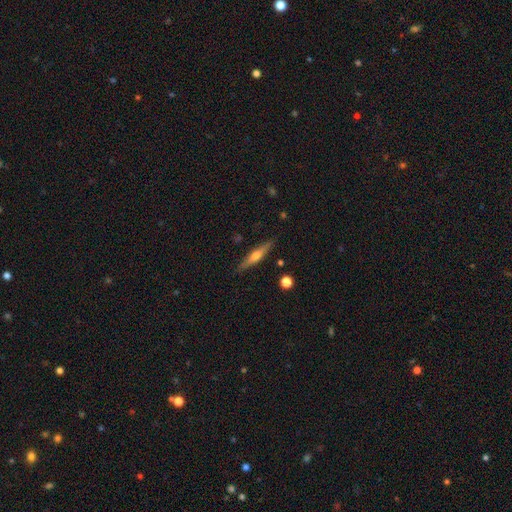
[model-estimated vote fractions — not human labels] Morphology: type=featured or disk (59%); edge-on=yes (96%); edge-on bulge=rounded (86%); merging=none (88%).